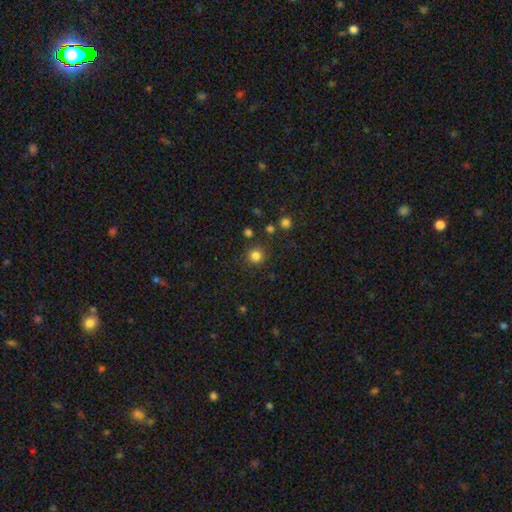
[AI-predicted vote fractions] smooth_or_featured: smooth (p=0.82) [alt: star or artifact p=0.14]
how_rounded: round (p=0.93) [alt: in between p=0.06]
merging: none (p=0.87) [alt: minor disturbance p=0.07]